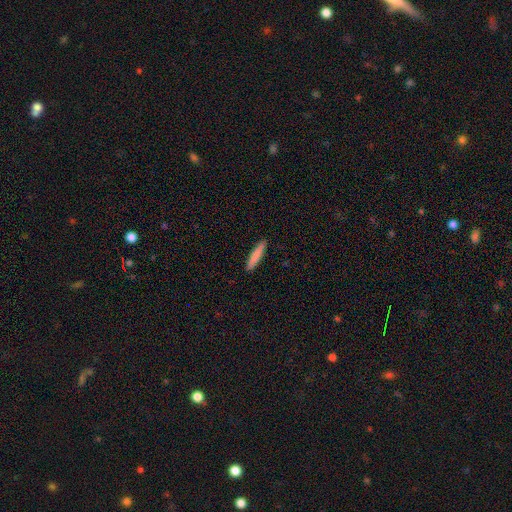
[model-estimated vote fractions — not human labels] This appears to be a smooth galaxy with no disk features (82%) that is cigar-shaped (91%). Merging: none (92%).